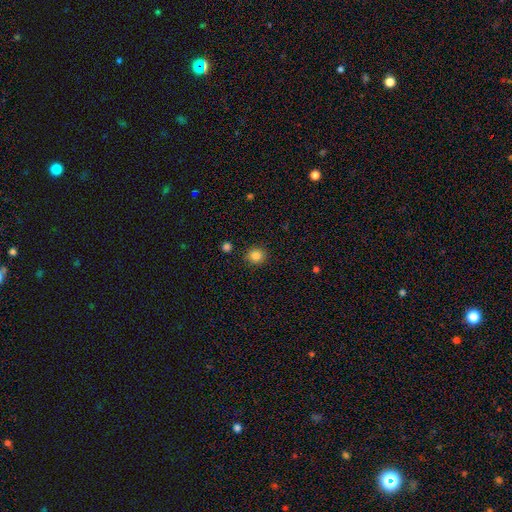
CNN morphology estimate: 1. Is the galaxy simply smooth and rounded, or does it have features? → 85% smooth, 11% star or artifact, 4% featured or disk.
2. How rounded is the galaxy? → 88% round, 11% in between, 1% cigar-shaped.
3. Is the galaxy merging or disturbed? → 90% none, 6% minor disturbance, 2% major disturbance, 2% merger.